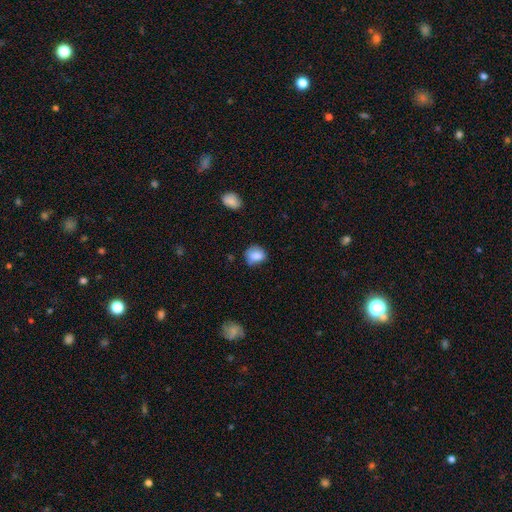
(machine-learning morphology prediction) type=smooth (84%); roundness=round (60%); merging=none (62%).